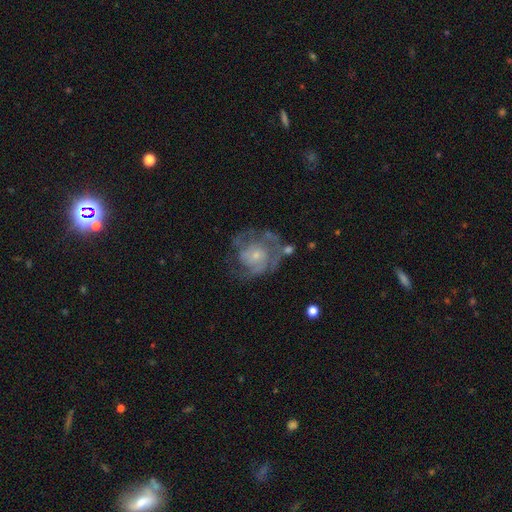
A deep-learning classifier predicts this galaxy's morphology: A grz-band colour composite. It shows a featured or disk galaxy (76%) with no bar (76%), tight (51%) spiral arms (81%) and a small central bulge (70%). Merging: none (55%).